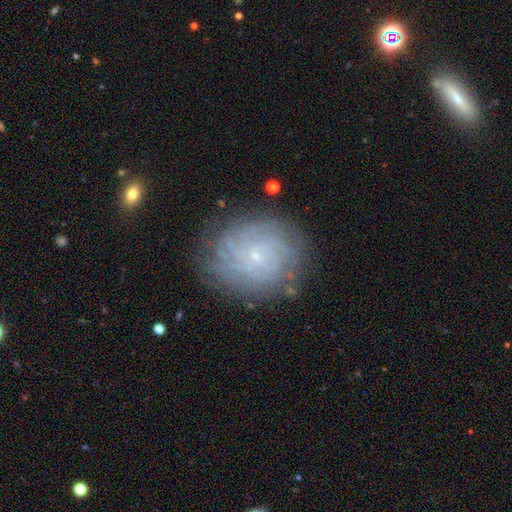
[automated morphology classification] Smooth or featured: featured or disk — 76% (smooth — 14%)
Edge-on disk: no — 97% (yes — 3%)
Bar: no — 80% (weak — 17%)
Spiral arms: yes — 94% (no — 6%)
Spiral winding: tight — 78% (medium — 17%)
Spiral arm count: can't tell — 35% (more than 4 — 24%)
Bulge size: small — 88% (moderate — 7%)
Merging: none — 81% (minor disturbance — 13%)